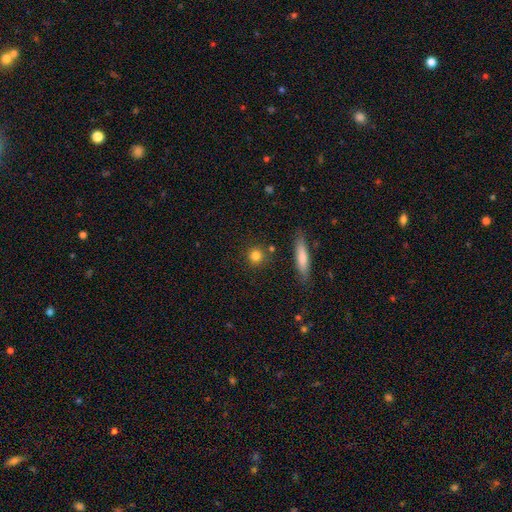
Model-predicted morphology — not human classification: smooth 81%, star or artifact 10%, featured or disk 9%. Down the decision tree: how rounded — round (86%); merging — none (86%).